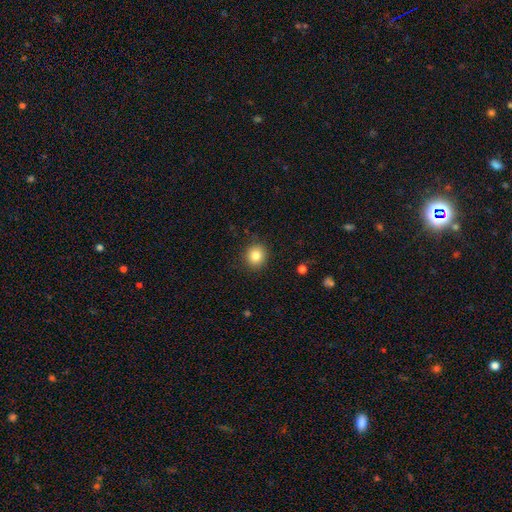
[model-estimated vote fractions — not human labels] Smooth or featured?
  - smooth: 84% *
  - star or artifact: 10%
  - featured or disk: 6%
How rounded?
  - round: 84% *
  - in between: 15%
  - cigar-shaped: 1%
Merging?
  - none: 89% *
  - minor disturbance: 7%
  - major disturbance: 2%
  - merger: 1%